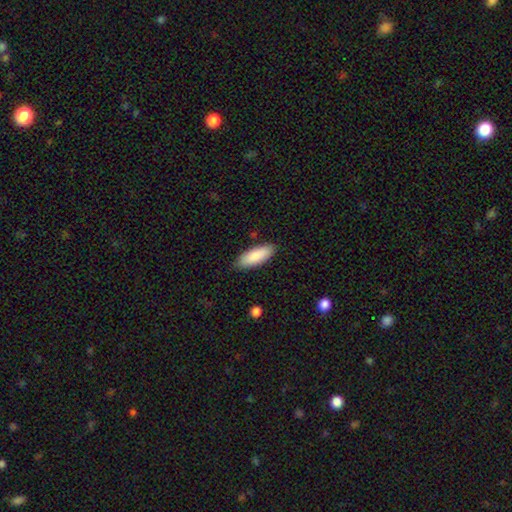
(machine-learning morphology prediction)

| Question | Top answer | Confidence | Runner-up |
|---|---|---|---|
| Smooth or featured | smooth | 87% | featured or disk (7%) |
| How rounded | in between | 70% | cigar-shaped (28%) |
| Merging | none | 86% | minor disturbance (10%) |